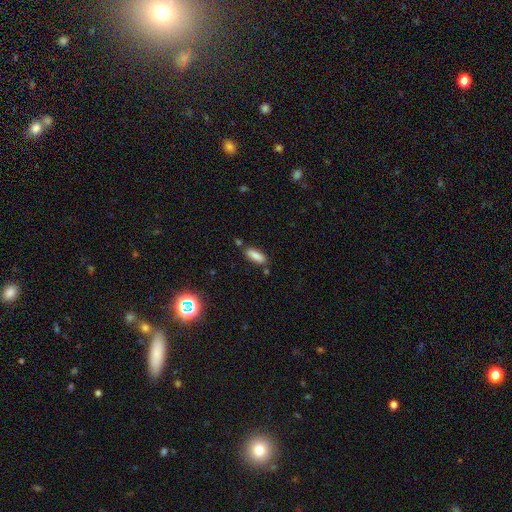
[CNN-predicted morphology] type=smooth (85%); roundness=in between (62%); merging=none (79%).